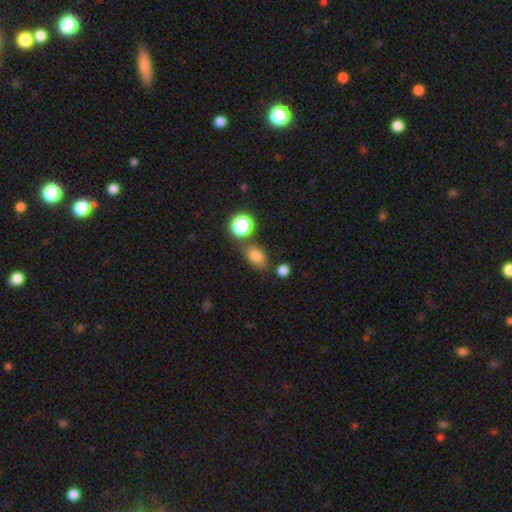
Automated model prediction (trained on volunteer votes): Overall: smooth (79%). How rounded: in between (75%). Merging: none (68%).